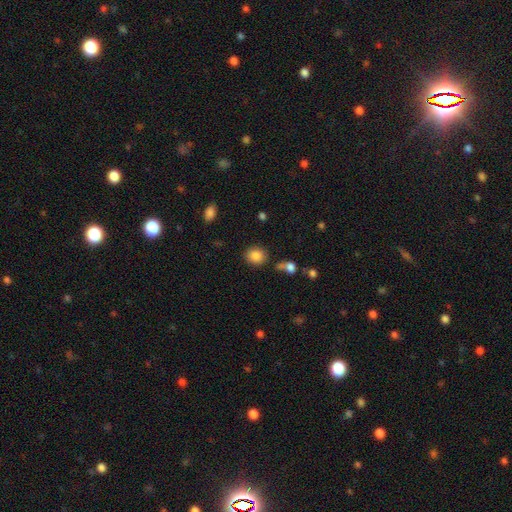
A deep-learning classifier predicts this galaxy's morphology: This is clearly a smooth galaxy (86%). How rounded: likely round (67%). Merging: likely none (79%).